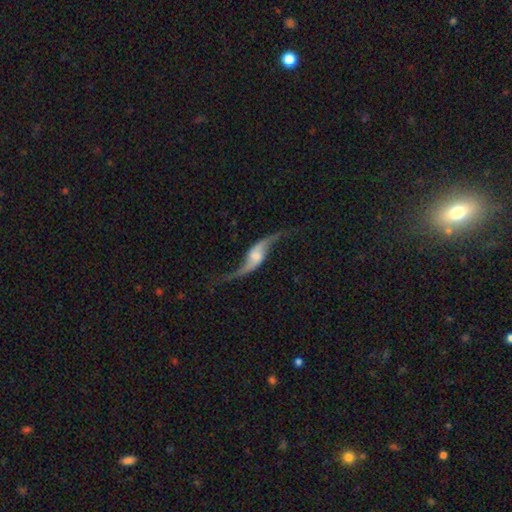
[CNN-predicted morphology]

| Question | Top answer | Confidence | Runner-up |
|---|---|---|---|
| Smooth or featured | featured or disk | 88% | smooth (7%) |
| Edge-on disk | no | 88% | yes (12%) |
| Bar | no | 46% | weak (37%) |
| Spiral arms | yes | 96% | no (4%) |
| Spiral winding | loose | 95% | medium (4%) |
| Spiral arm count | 2 | 94% | 1 (2%) |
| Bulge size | moderate | 29% | small (27%) |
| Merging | none | 73% | minor disturbance (15%) |